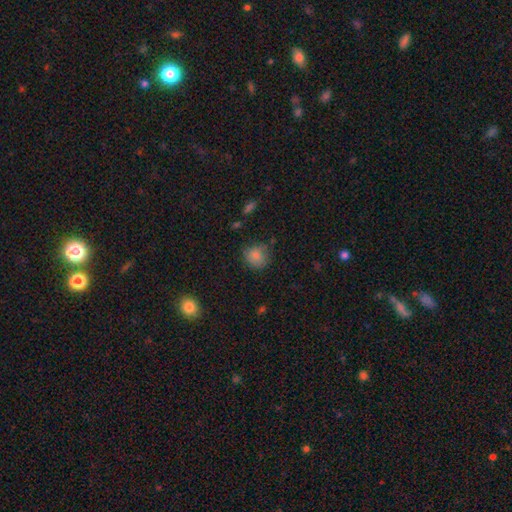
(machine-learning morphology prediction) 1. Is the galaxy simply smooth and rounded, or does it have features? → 81% smooth, 10% star or artifact, 8% featured or disk.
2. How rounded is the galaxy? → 80% round, 19% in between, 1% cigar-shaped.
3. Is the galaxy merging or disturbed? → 68% none, 24% minor disturbance, 6% major disturbance, 2% merger.